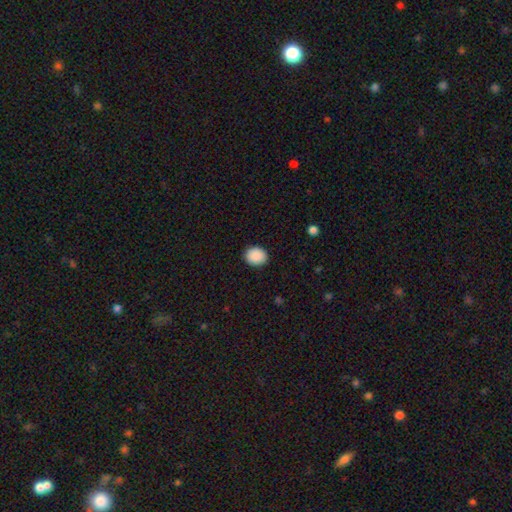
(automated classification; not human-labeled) Smooth or featured?
  - smooth: 90% *
  - star or artifact: 8%
  - featured or disk: 2%
How rounded?
  - round: 66% *
  - in between: 33%
  - cigar-shaped: 1%
Merging?
  - none: 91% *
  - minor disturbance: 6%
  - major disturbance: 2%
  - merger: 1%